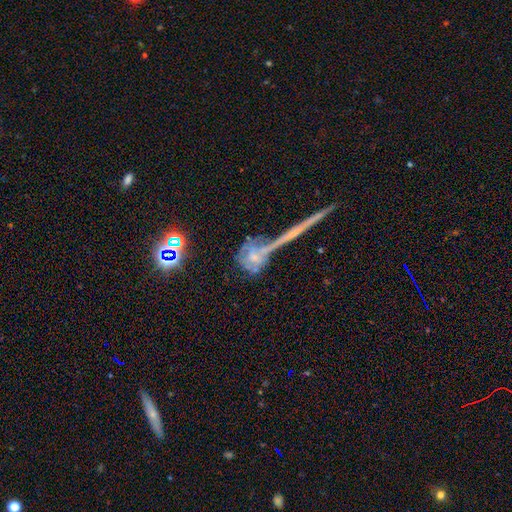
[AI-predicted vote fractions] Smooth or featured? featured or disk (43%)
Merging? none (41%)